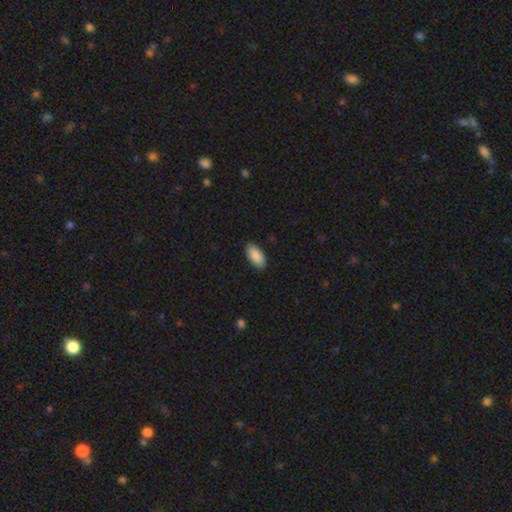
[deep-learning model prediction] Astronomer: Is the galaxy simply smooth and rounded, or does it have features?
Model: smooth — 90%.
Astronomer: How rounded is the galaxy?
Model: in between — 93%.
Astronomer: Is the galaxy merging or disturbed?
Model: none — 89%.